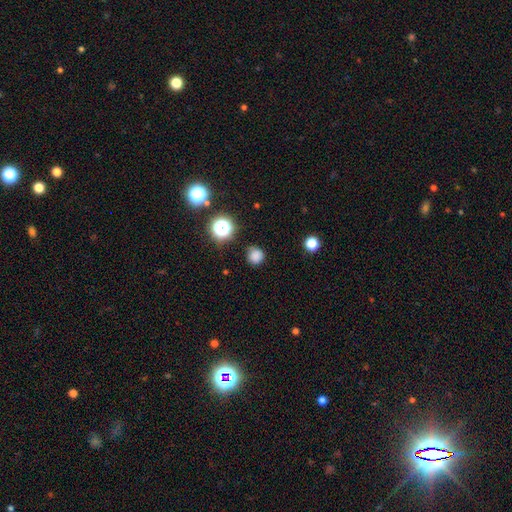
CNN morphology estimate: A smooth galaxy with no disk features (80%) that is round (92%). Merging: none (84%).